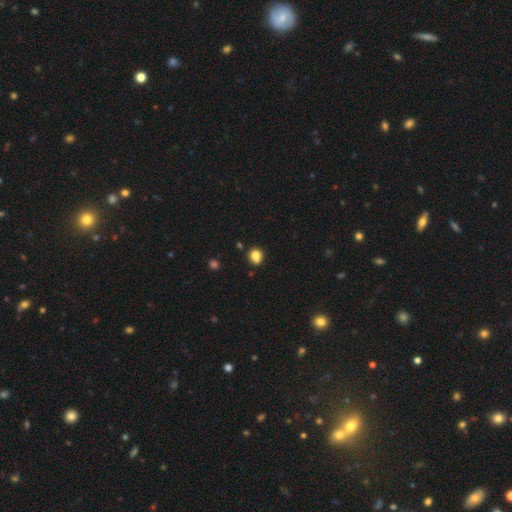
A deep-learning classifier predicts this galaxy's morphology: smooth-or-featured: smooth: 83% | star or artifact: 11% | featured or disk: 6%
  how-rounded: round: 70% | in between: 29% | cigar-shaped: 1%
  merging: none: 77% | minor disturbance: 15% | merger: 4% | major disturbance: 3%